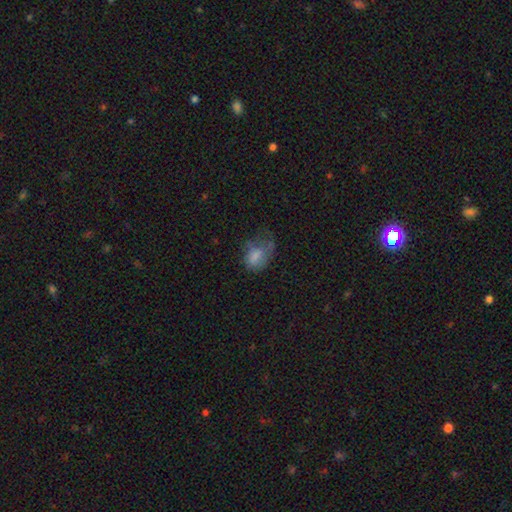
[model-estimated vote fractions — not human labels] A smooth galaxy with no disk features (68%) that is in between round and cigar-shaped (75%).

Vote fractions:
- Smooth or featured? smooth: 68% / featured or disk: 20% / star or artifact: 11%
- How rounded? in between: 75% / round: 24% / cigar-shaped: 1%
- Merging? major disturbance: 39% / none: 30% / minor disturbance: 29% / merger: 2%